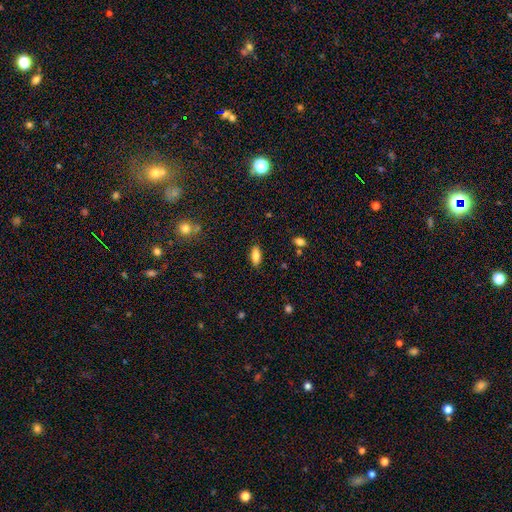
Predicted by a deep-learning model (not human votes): This appears to be a smooth galaxy with no disk features (82%) that is in between round and cigar-shaped (80%). Merging: none (86%).